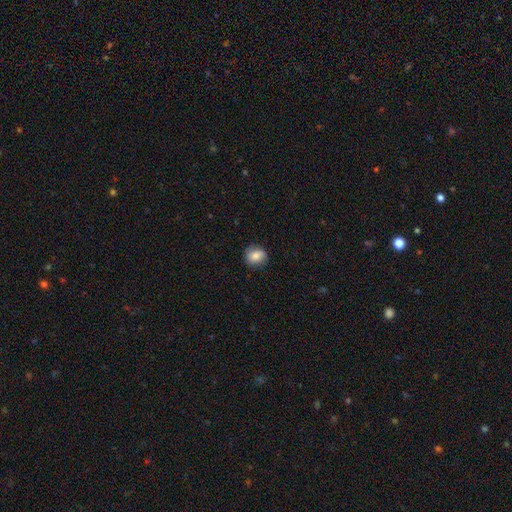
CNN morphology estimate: Smooth or featured? Predicted: smooth (p=0.75). How rounded? Predicted: round (p=0.79). Merging? Predicted: none (p=0.84).